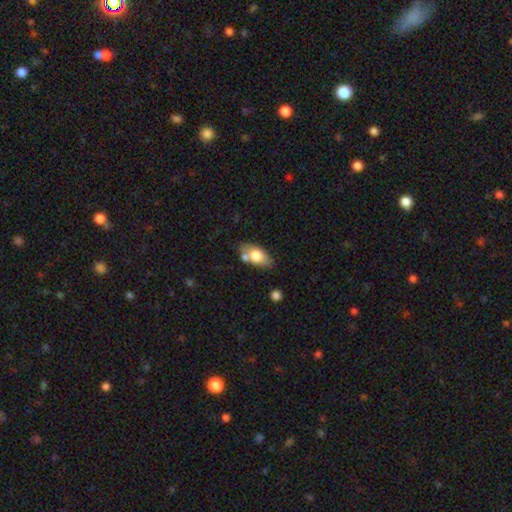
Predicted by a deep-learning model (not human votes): A smooth galaxy with no disk features (70%) that is in between round and cigar-shaped (88%). Merging: none (61%).